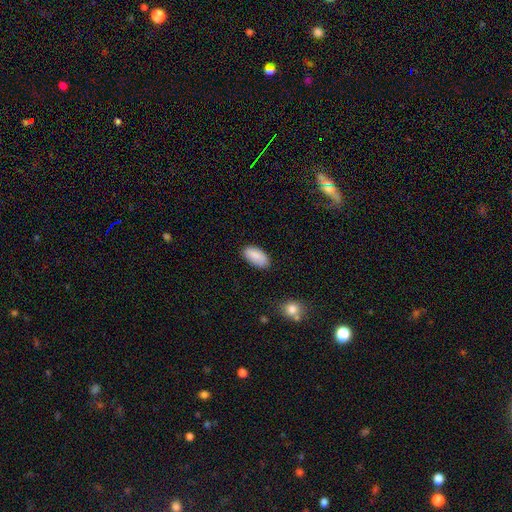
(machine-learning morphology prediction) Smooth or featured? Predicted: smooth (p=0.87). How rounded? Predicted: in between (p=0.94). Merging? Predicted: none (p=0.84).